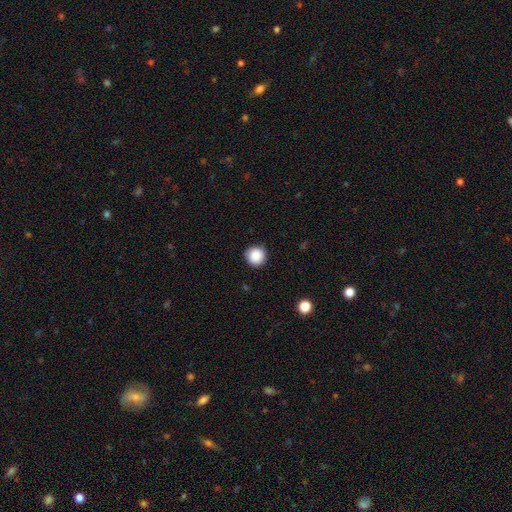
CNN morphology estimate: This is clearly a smooth galaxy (88%). How rounded: clearly round (95%). Merging: clearly none (88%).